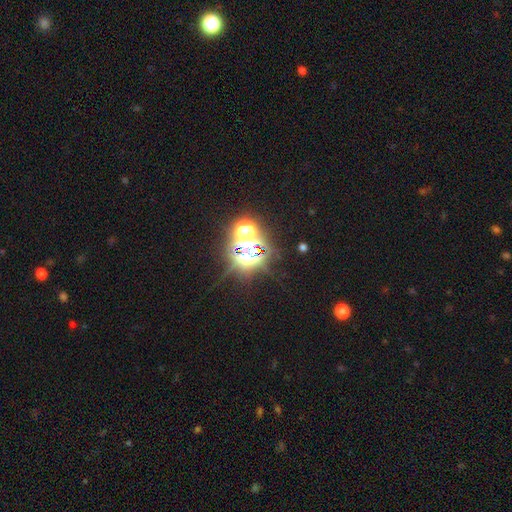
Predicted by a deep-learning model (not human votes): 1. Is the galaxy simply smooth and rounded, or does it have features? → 74% star or artifact, 15% smooth, 11% featured or disk.